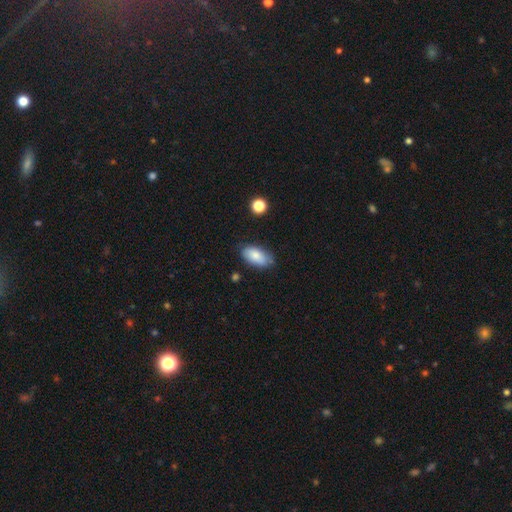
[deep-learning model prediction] The model was most divided on "merging": none: 74%, minor disturbance: 20%, major disturbance: 4%, merger: 2%. More confident: how rounded — in between (93%); smooth or featured — smooth (82%).